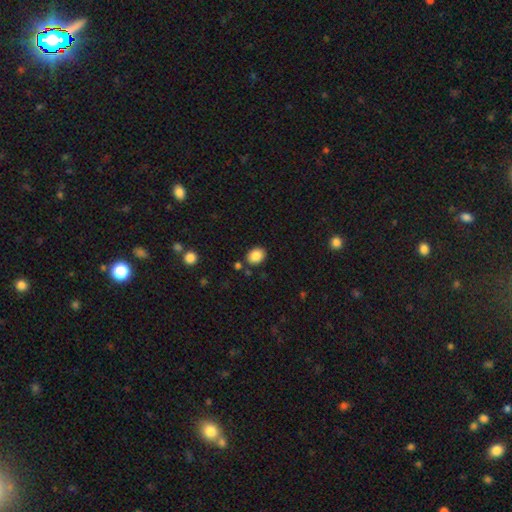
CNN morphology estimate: Smooth or featured: smooth — 86% (star or artifact — 9%)
How rounded: in between — 58% (round — 41%)
Merging: none — 83% (minor disturbance — 10%)